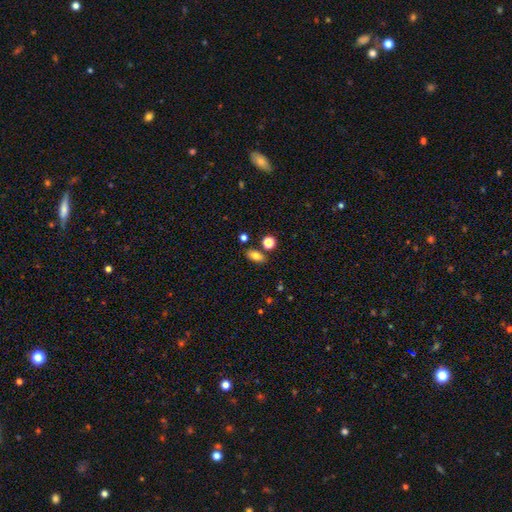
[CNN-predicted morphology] Smooth or featured? smooth (80%)
How rounded? in between (84%)
Merging? none (80%)